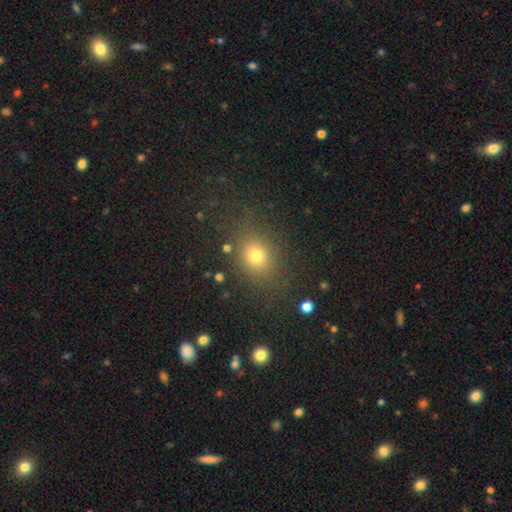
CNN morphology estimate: Smooth or featured? Predicted: smooth (p=0.73). How rounded? Predicted: round (p=0.54). Merging? Predicted: none (p=0.79).